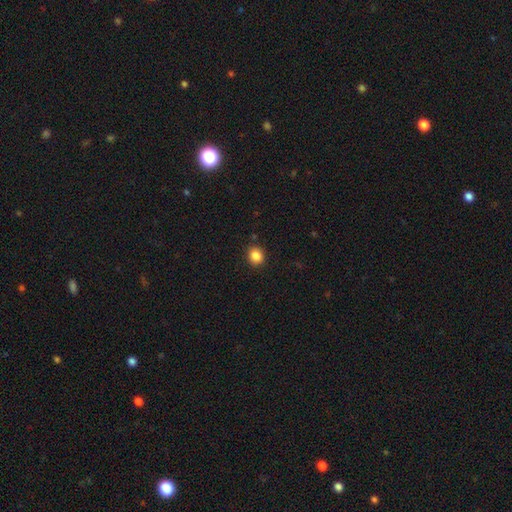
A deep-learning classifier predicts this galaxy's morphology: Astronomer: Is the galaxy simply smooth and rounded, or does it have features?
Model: smooth — 86%.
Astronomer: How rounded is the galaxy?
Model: round — 76%.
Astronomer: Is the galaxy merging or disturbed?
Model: none — 89%.